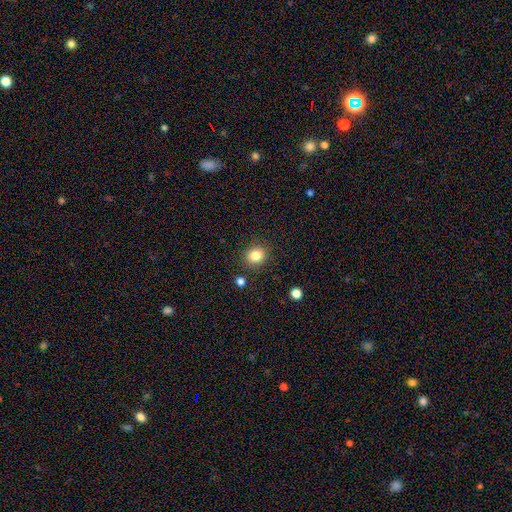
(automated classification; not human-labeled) The model was most divided on "how rounded": round: 74%, in between: 25%, cigar-shaped: 1%. More confident: merging — none (86%); smooth or featured — smooth (83%).